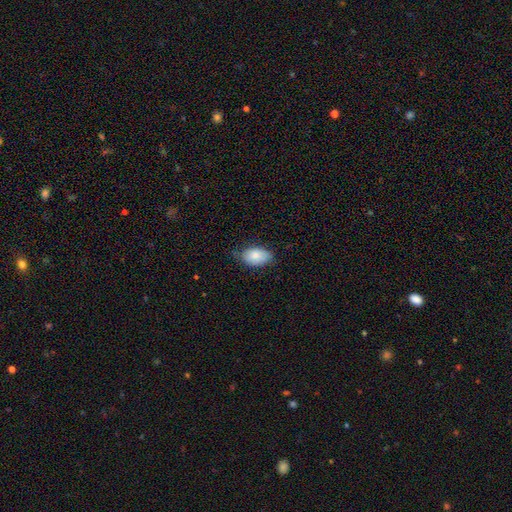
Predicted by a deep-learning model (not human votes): Morphology: type=smooth (81%); roundness=in between (91%); merging=none (66%).